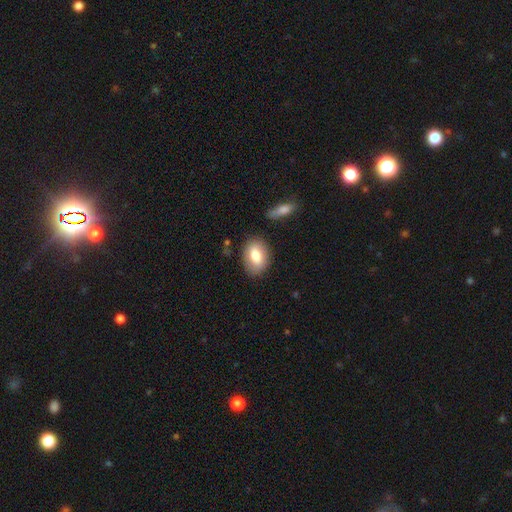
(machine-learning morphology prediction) smooth-or-featured: smooth: 76% | featured or disk: 17% | star or artifact: 7%
  how-rounded: in between: 84% | round: 15% | cigar-shaped: 2%
  merging: none: 82% | minor disturbance: 12% | merger: 3% | major disturbance: 3%